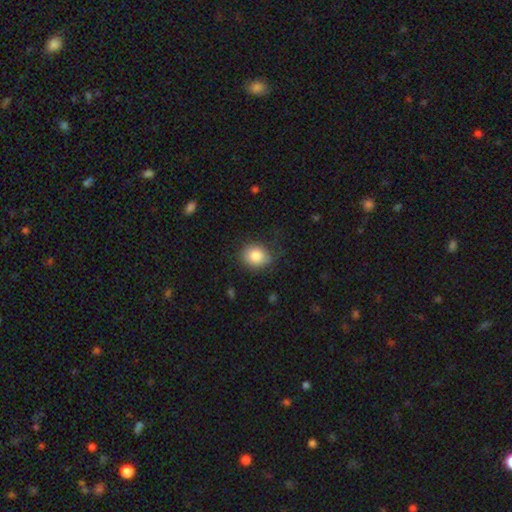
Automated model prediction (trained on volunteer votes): Smooth or featured? Predicted: smooth (p=0.83). How rounded? Predicted: round (p=0.65). Merging? Predicted: none (p=0.69).